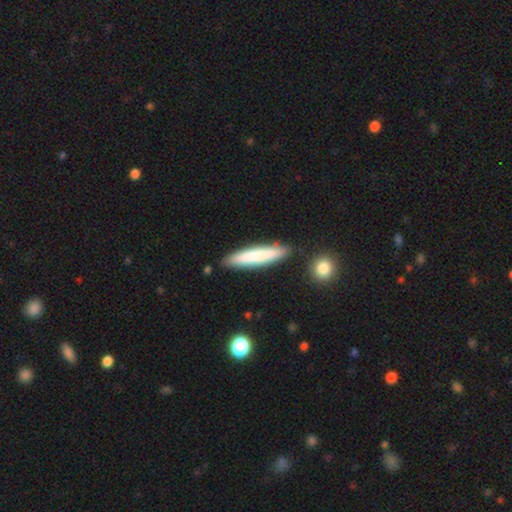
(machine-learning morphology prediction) Smooth or featured?
  - smooth: 70% *
  - featured or disk: 22%
  - star or artifact: 8%
How rounded?
  - cigar-shaped: 92% *
  - in between: 7%
  - round: 1%
Merging?
  - none: 87% *
  - minor disturbance: 9%
  - merger: 3%
  - major disturbance: 2%